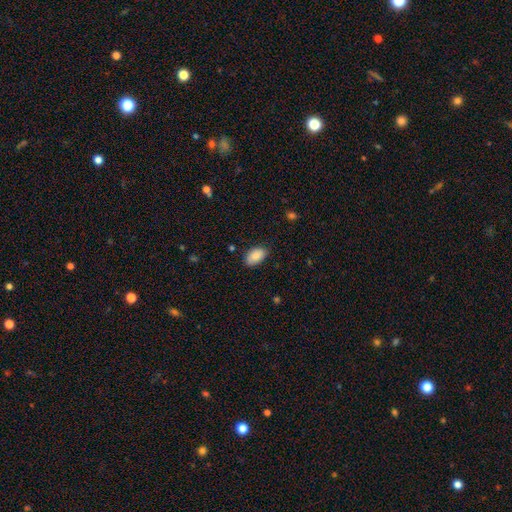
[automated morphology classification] Q: Smooth or featured?
A: smooth (87%); runner-up: featured or disk (7%)
Q: How rounded?
A: in between (93%); runner-up: round (5%)
Q: Merging?
A: none (79%); runner-up: minor disturbance (17%)